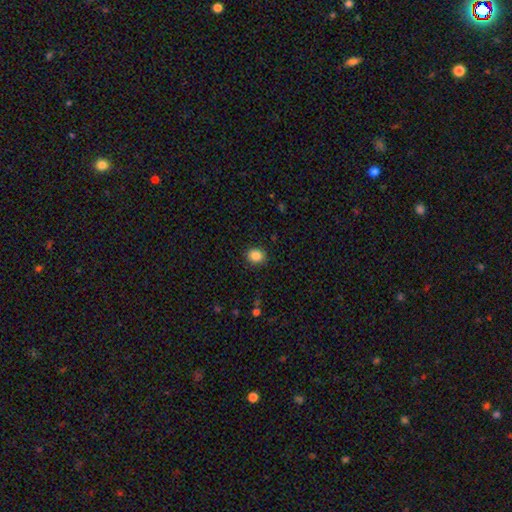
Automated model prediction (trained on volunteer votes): A smooth galaxy with no disk features (86%) that is round (72%). Merging: none (90%).